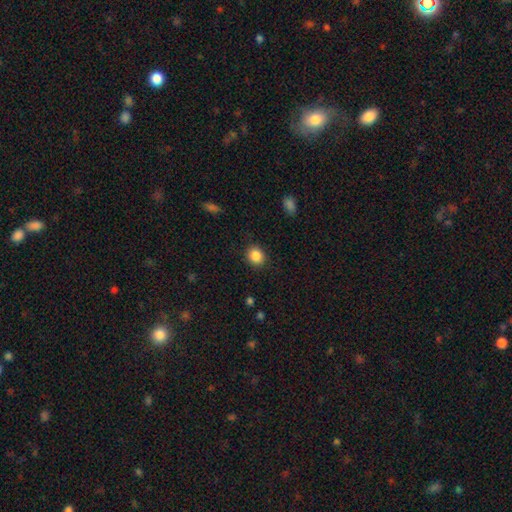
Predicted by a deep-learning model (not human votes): smooth-or-featured: smooth: 87% | star or artifact: 9% | featured or disk: 4%
  how-rounded: round: 70% | in between: 29% | cigar-shaped: 1%
  merging: none: 88% | minor disturbance: 8% | major disturbance: 3% | merger: 1%